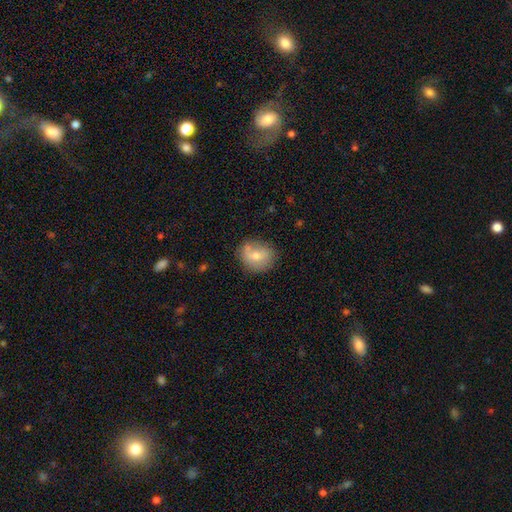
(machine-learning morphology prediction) Smooth or featured?
  - smooth: 65% *
  - featured or disk: 27%
  - star or artifact: 8%
How rounded?
  - round: 66% *
  - in between: 33%
  - cigar-shaped: 1%
Merging?
  - none: 61% *
  - minor disturbance: 23%
  - merger: 9%
  - major disturbance: 7%